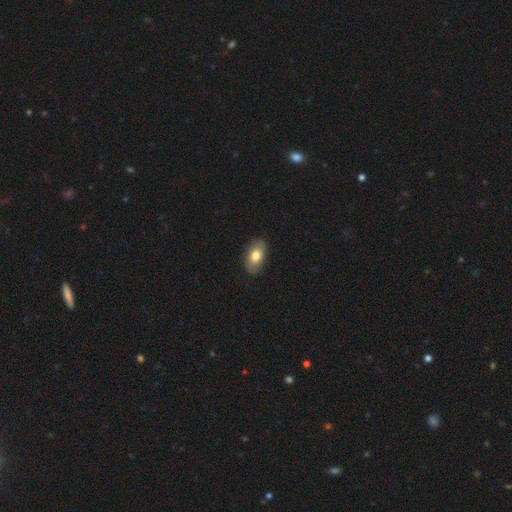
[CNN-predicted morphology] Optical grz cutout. It shows a smooth galaxy with no disk features (79%) that is in between round and cigar-shaped (91%). Merging: none (85%).